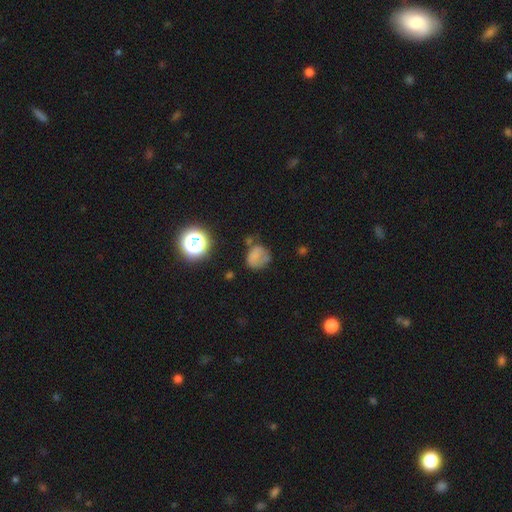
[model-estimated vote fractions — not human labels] A smooth galaxy with no disk features (66%) that is round (63%). Merging: none (46%).